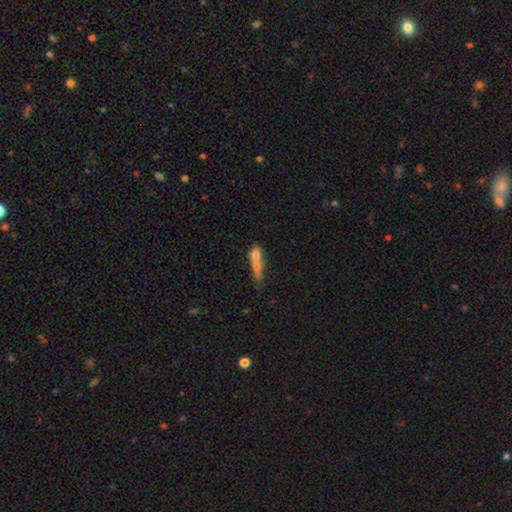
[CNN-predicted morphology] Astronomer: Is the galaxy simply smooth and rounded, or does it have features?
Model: smooth — 63%.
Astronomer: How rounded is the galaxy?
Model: cigar-shaped — 49% (runner-up: in between, 41%).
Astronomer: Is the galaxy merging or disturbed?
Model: merger — 45% (runner-up: none, 21%).